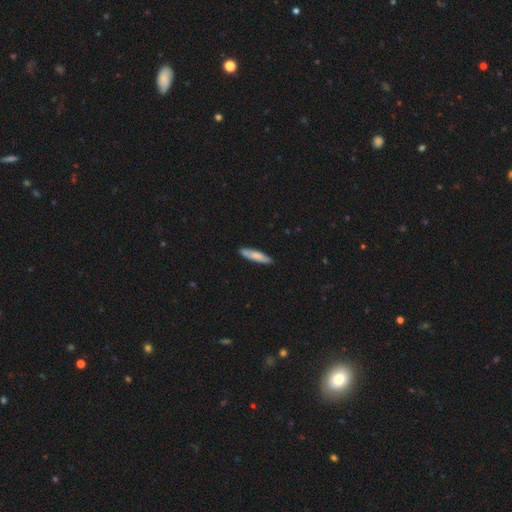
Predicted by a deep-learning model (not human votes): Smooth or featured: smooth — 76% (featured or disk — 18%)
How rounded: cigar-shaped — 82% (in between — 17%)
Merging: none — 86% (minor disturbance — 11%)